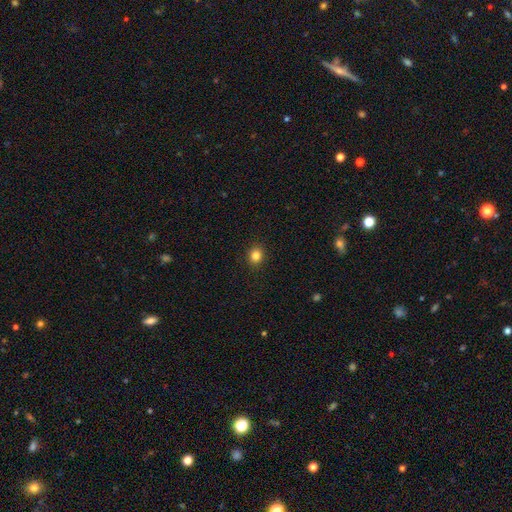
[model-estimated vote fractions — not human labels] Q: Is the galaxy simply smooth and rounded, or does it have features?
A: smooth — 83%.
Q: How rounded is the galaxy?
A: round — 72%.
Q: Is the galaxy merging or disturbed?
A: none — 91%.